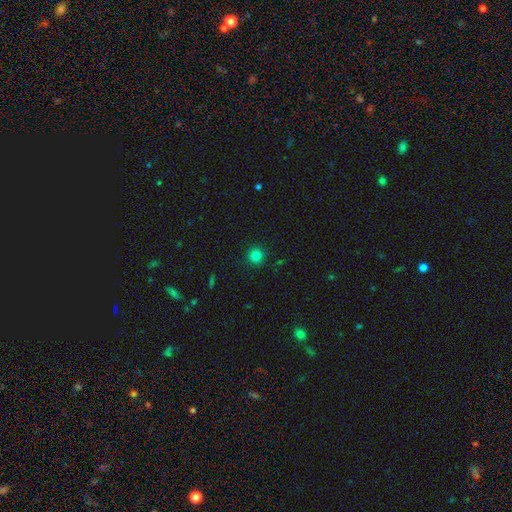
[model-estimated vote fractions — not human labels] A smooth galaxy with no disk features (80%) that is round (95%).

Vote fractions:
- Smooth or featured? smooth: 80% / star or artifact: 14% / featured or disk: 5%
- How rounded? round: 95% / in between: 4% / cigar-shaped: 1%
- Merging? none: 92% / minor disturbance: 5% / major disturbance: 2% / merger: 1%